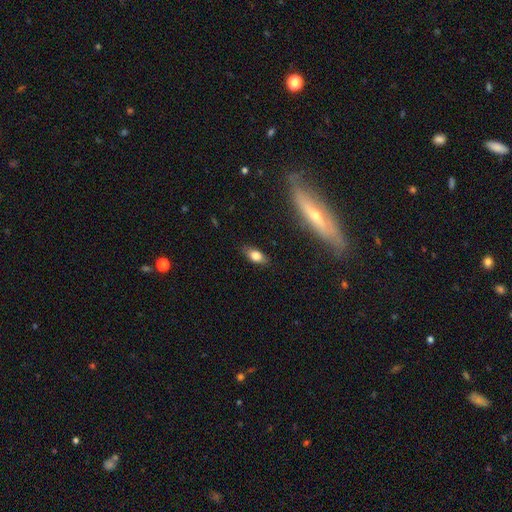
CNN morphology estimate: smooth 75%, featured or disk 16%, star or artifact 8%. Down the decision tree: how rounded — in between (82%); merging — none (82%).